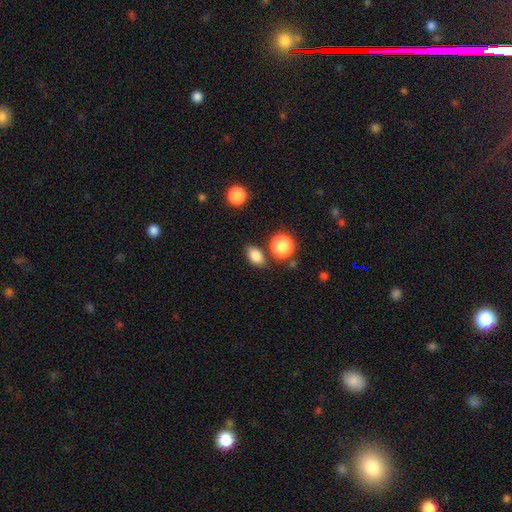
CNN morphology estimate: A smooth galaxy with no disk features (83%) that is in between round and cigar-shaped (76%).

Vote fractions:
- Smooth or featured? smooth: 83% / star or artifact: 11% / featured or disk: 6%
- How rounded? in between: 76% / round: 21% / cigar-shaped: 2%
- Merging? none: 77% / minor disturbance: 12% / merger: 8% / major disturbance: 3%